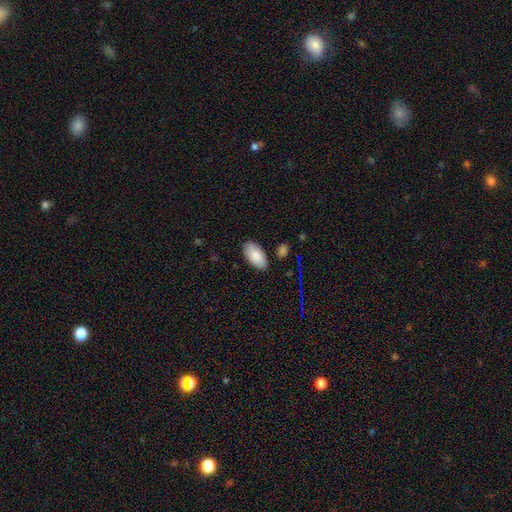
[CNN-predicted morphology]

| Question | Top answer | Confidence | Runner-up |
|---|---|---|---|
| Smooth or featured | smooth | 87% | featured or disk (7%) |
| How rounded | in between | 95% | cigar-shaped (2%) |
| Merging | none | 84% | minor disturbance (12%) |